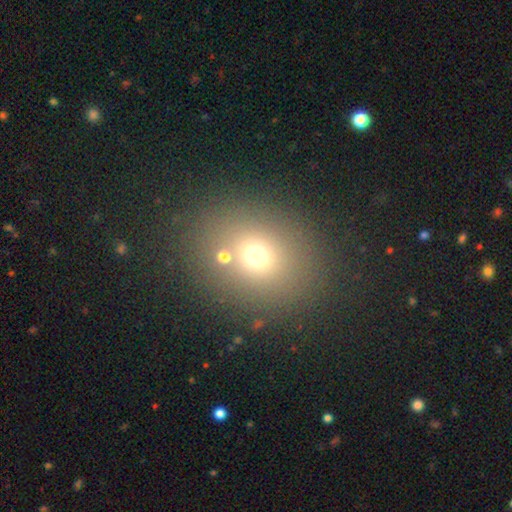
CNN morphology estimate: smooth-or-featured: smooth: 67% | star or artifact: 21% | featured or disk: 12%
  how-rounded: round: 63% | in between: 36% | cigar-shaped: 1%
  merging: none: 77% | minor disturbance: 10% | merger: 8% | major disturbance: 5%